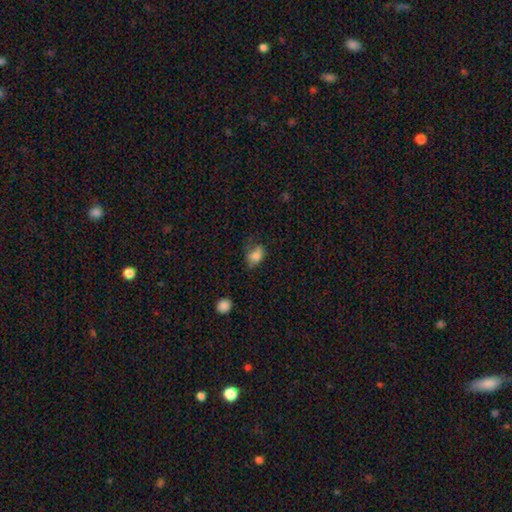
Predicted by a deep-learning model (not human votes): smooth 79%, featured or disk 11%, star or artifact 10%. Down the decision tree: how rounded — in between (78%); merging — none (47%).